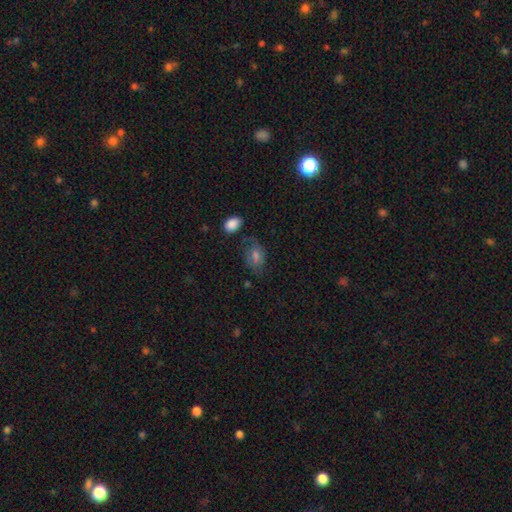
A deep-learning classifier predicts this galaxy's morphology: Overall: smooth (53%; featured or disk 28%). How rounded: in between (76%). Merging: none (66%).